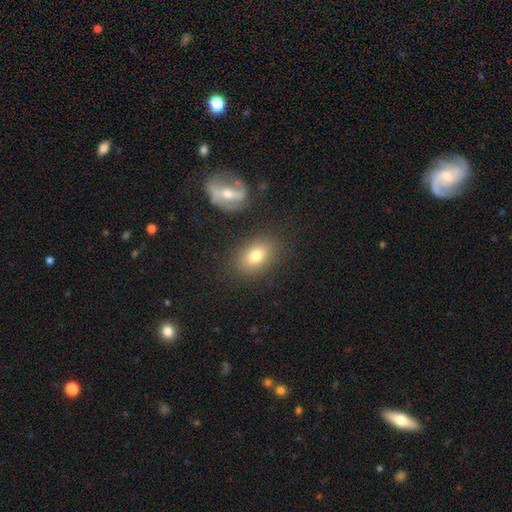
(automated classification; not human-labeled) Morphology: type=smooth (77%); roundness=in between (76%); merging=none (82%).